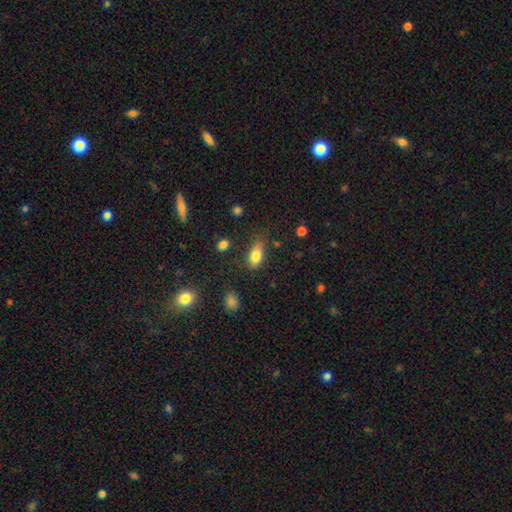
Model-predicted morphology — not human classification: This appears to be a smooth galaxy with no disk features (82%) that is in between round and cigar-shaped (88%). Merging: none (66%).